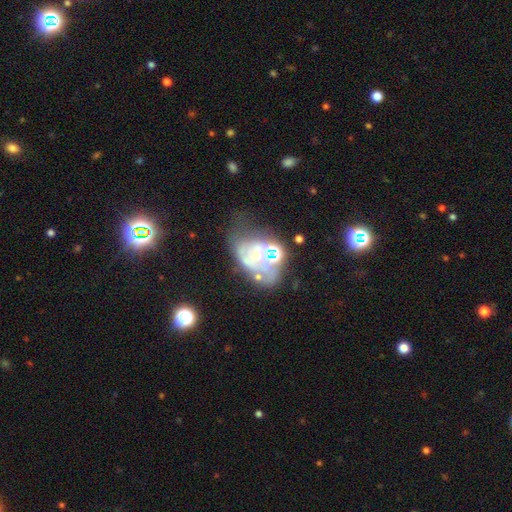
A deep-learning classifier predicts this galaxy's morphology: smooth_or_featured: featured or disk (p=0.54) [alt: smooth p=0.26]
disk_edge_on: no (p=0.97) [alt: yes p=0.03]
bar: no (p=0.89) [alt: weak p=0.08]
has_spiral_arms: no (p=0.80) [alt: yes p=0.20]
bulge_size: none (p=0.48) [alt: small p=0.23]
merging: major disturbance (p=0.34) [alt: none p=0.25]